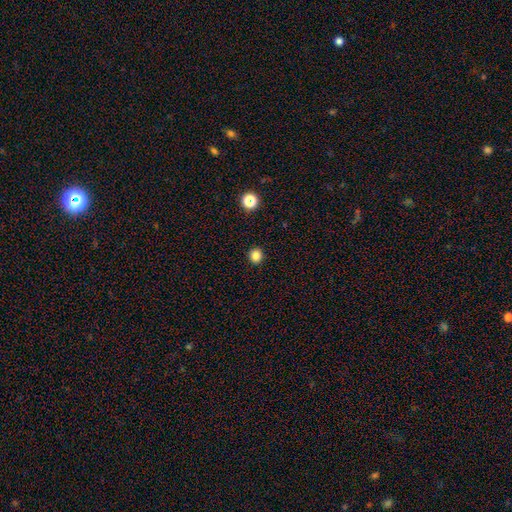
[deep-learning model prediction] smooth-or-featured: smooth: 83% | star or artifact: 13% | featured or disk: 4%
  how-rounded: round: 89% | in between: 10% | cigar-shaped: 1%
  merging: none: 92% | minor disturbance: 5% | major disturbance: 2% | merger: 1%